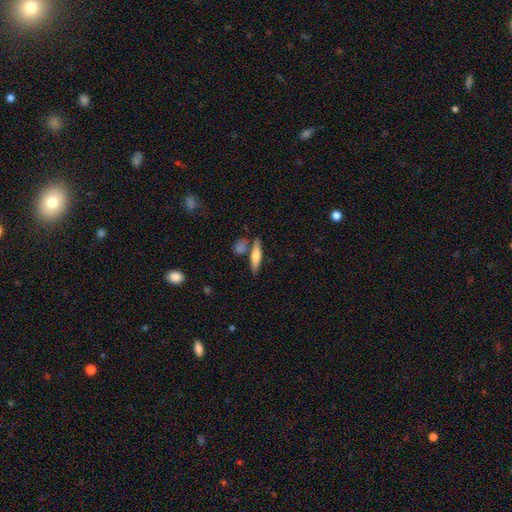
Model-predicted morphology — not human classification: Smooth or featured? smooth (63%)
How rounded? cigar-shaped (74%)
Merging? none (70%)